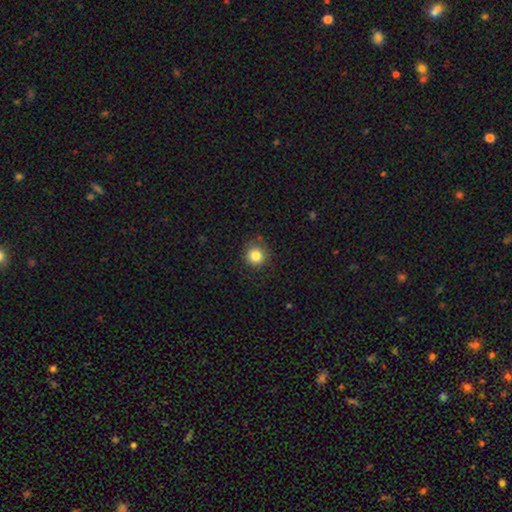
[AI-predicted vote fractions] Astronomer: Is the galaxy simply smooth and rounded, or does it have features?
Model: smooth — 83%.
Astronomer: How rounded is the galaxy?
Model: round — 94%.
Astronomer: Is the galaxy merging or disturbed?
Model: none — 85%.